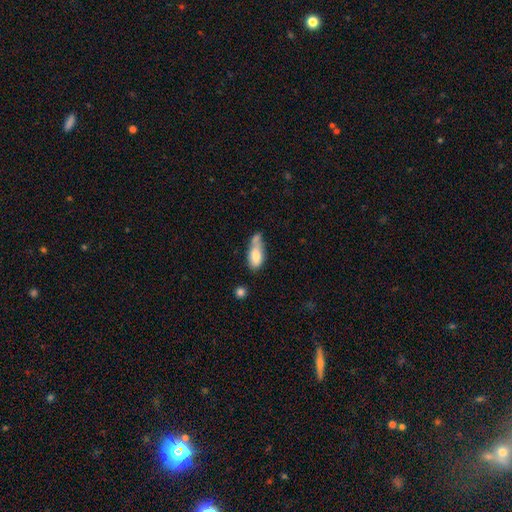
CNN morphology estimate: Smooth or featured? Predicted: smooth (p=0.74). How rounded? Predicted: in between (p=0.81). Merging? Predicted: merger (p=0.37).